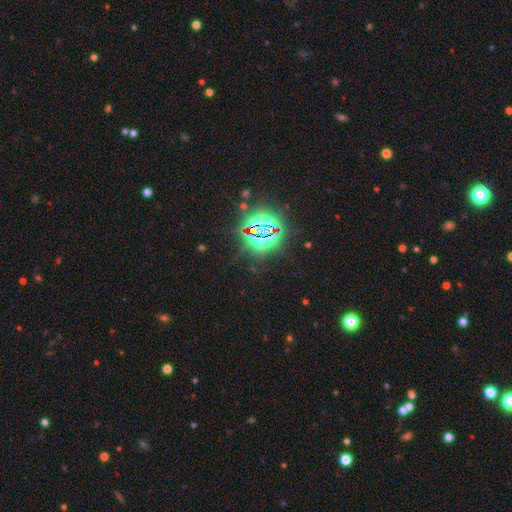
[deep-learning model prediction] This appears to be a star or artifact, not a galaxy (86%).